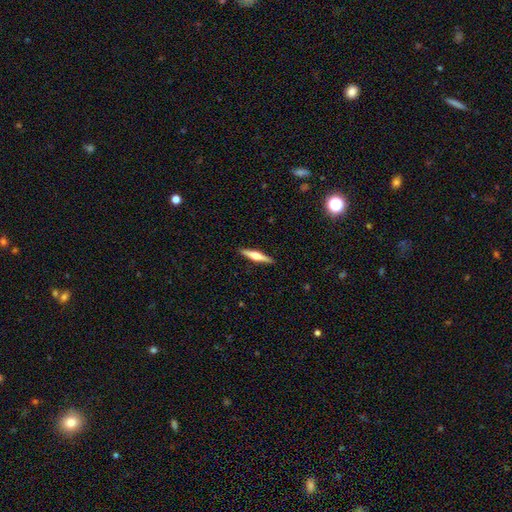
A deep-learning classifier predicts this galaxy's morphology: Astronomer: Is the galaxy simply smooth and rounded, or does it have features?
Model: featured or disk — 57% (runner-up: smooth, 37%).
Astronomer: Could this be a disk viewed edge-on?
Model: yes — 97%.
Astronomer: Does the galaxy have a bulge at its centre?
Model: rounded — 87%.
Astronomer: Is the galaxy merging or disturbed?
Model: none — 91%.